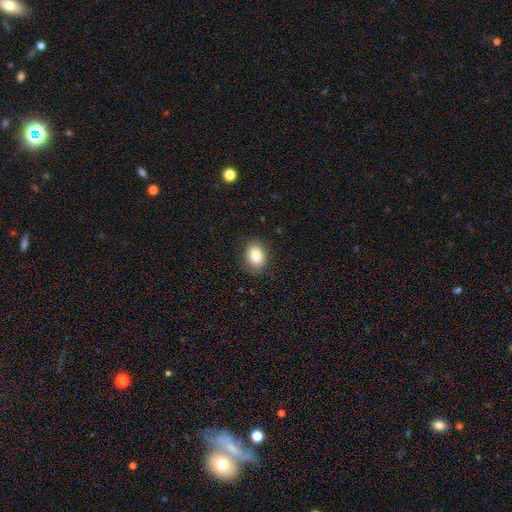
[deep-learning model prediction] Smooth or featured? Predicted: smooth (p=0.82). How rounded? Predicted: in between (p=0.67). Merging? Predicted: none (p=0.86).